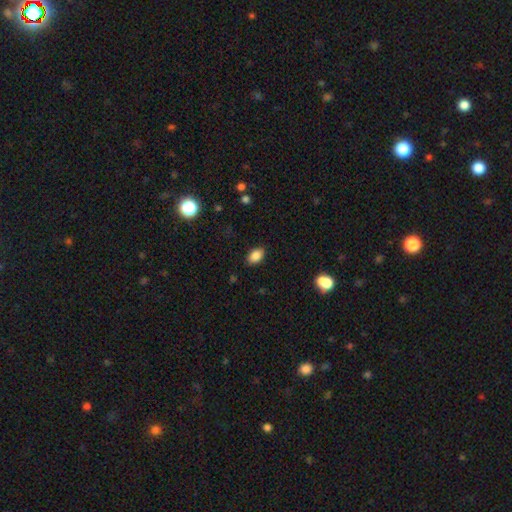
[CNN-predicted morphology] Q: Smooth or featured?
A: smooth (87%); runner-up: star or artifact (8%)
Q: How rounded?
A: in between (87%); runner-up: round (12%)
Q: Merging?
A: none (87%); runner-up: minor disturbance (9%)